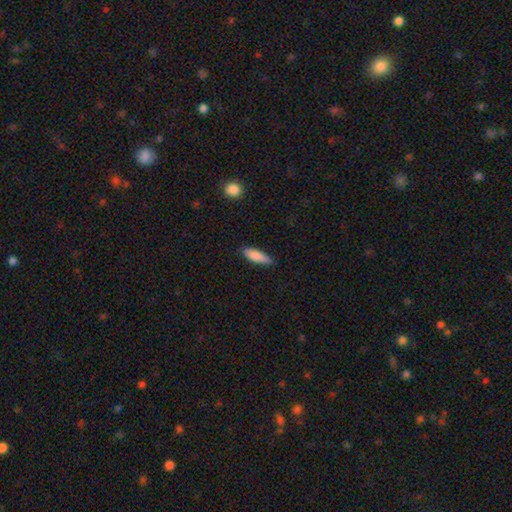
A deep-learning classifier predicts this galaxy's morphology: Q: Smooth or featured?
A: smooth (85%); runner-up: featured or disk (9%)
Q: How rounded?
A: cigar-shaped (57%); runner-up: in between (42%)
Q: Merging?
A: none (82%); runner-up: minor disturbance (15%)